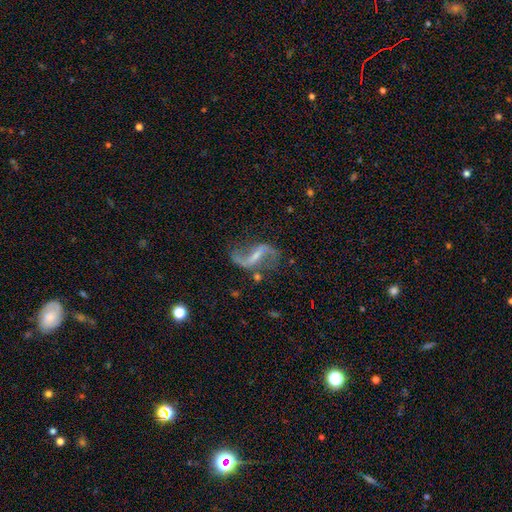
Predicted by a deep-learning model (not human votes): Smooth or featured? Predicted: featured or disk (p=0.89). Edge-on disk? Predicted: no (p=0.96). Bar? Predicted: strong (p=0.43). Spiral arms? Predicted: yes (p=0.95). Spiral winding? Predicted: loose (p=0.86). Spiral arm count? Predicted: 2 (p=0.92). Bulge size? Predicted: small (p=0.59). Merging? Predicted: none (p=0.70).